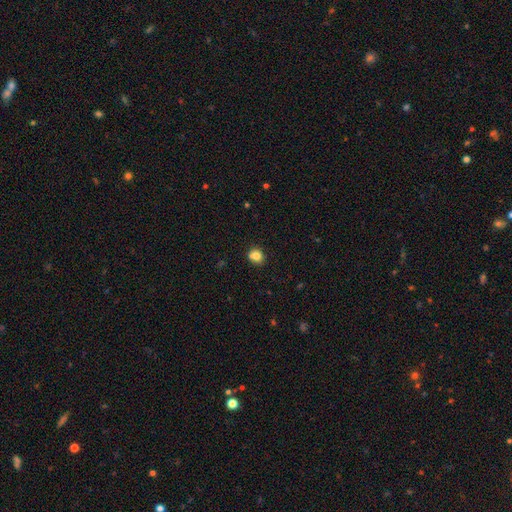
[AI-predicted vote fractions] Morphology: type=smooth (79%); roundness=round (69%); merging=none (58%).